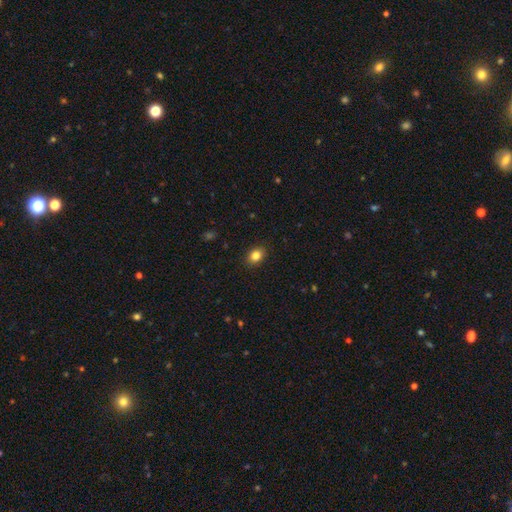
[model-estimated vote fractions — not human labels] smooth_or_featured: smooth (p=0.84) [alt: star or artifact p=0.10]
how_rounded: in between (p=0.60) [alt: round p=0.39]
merging: none (p=0.89) [alt: minor disturbance p=0.08]